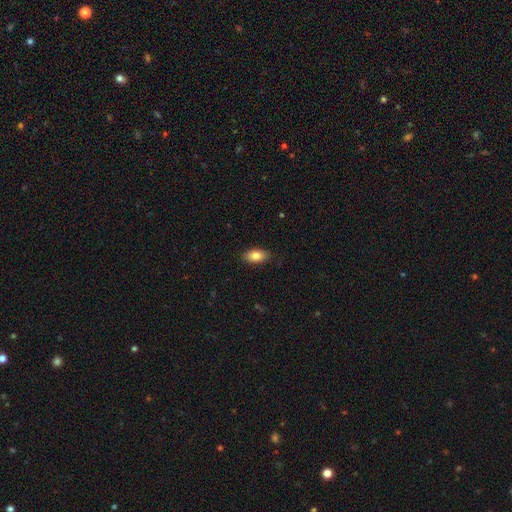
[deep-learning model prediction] The model was most divided on "smooth or featured": smooth: 83%, featured or disk: 10%, star or artifact: 7%. More confident: how rounded — in between (91%); merging — none (87%).